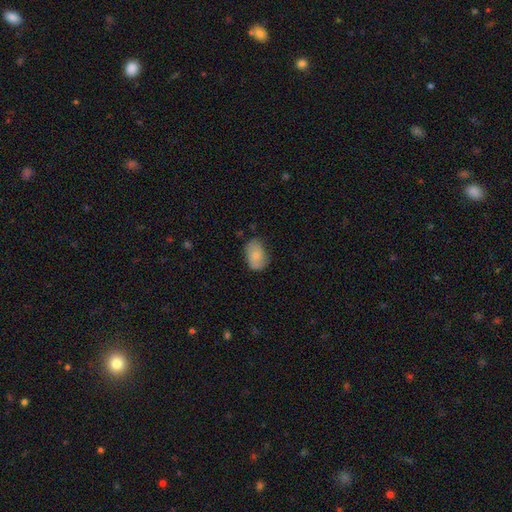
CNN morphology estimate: This is likely a smooth galaxy (78%). How rounded: clearly in between (87%). Merging: likely none (68%).